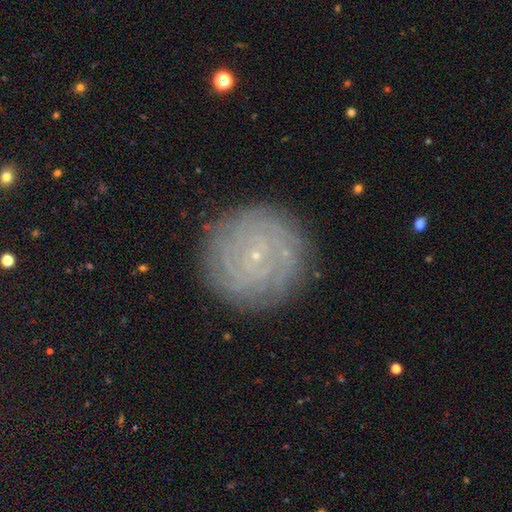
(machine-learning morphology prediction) smooth_or_featured: featured or disk (p=0.71) [alt: smooth p=0.19]
disk_edge_on: no (p=0.97) [alt: yes p=0.03]
bar: no (p=0.77) [alt: weak p=0.18]
has_spiral_arms: yes (p=0.90) [alt: no p=0.10]
spiral_winding: tight (p=0.86) [alt: medium p=0.11]
spiral_arm_count: can't tell (p=0.41) [alt: 4 p=0.14]
bulge_size: small (p=0.91) [alt: moderate p=0.04]
merging: none (p=0.87) [alt: minor disturbance p=0.09]